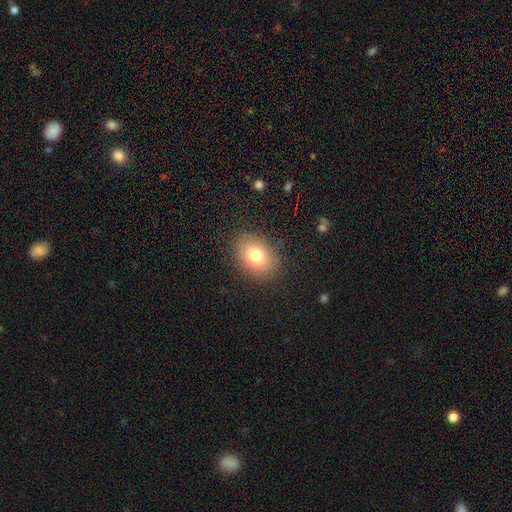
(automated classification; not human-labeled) smooth-or-featured: smooth: 76% | featured or disk: 13% | star or artifact: 11%
  how-rounded: in between: 68% | round: 31% | cigar-shaped: 1%
  merging: none: 85% | minor disturbance: 10% | major disturbance: 4% | merger: 1%